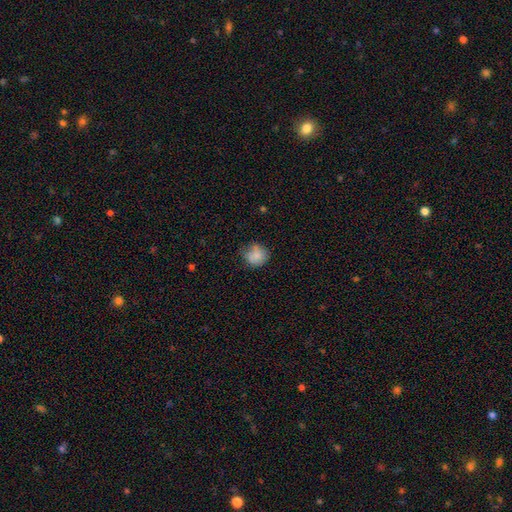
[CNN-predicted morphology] smooth-or-featured: smooth: 80% | featured or disk: 11% | star or artifact: 9%
  how-rounded: round: 83% | in between: 16% | cigar-shaped: 1%
  merging: none: 65% | minor disturbance: 25% | major disturbance: 6% | merger: 3%